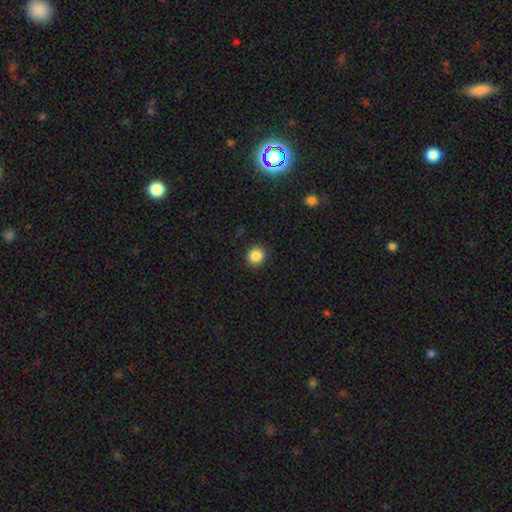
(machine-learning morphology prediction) Smooth or featured?
  - smooth: 86% *
  - star or artifact: 10%
  - featured or disk: 4%
How rounded?
  - round: 91% *
  - in between: 8%
  - cigar-shaped: 1%
Merging?
  - none: 91% *
  - minor disturbance: 6%
  - major disturbance: 2%
  - merger: 1%